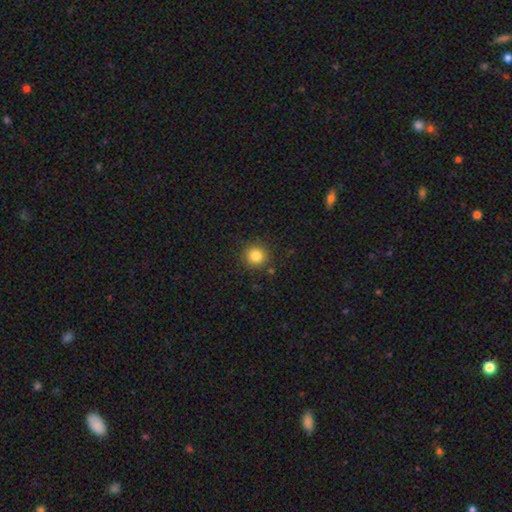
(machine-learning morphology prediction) Smooth or featured?
  - smooth: 84% *
  - star or artifact: 11%
  - featured or disk: 5%
How rounded?
  - round: 93% *
  - in between: 6%
  - cigar-shaped: 1%
Merging?
  - none: 88% *
  - minor disturbance: 8%
  - major disturbance: 3%
  - merger: 2%